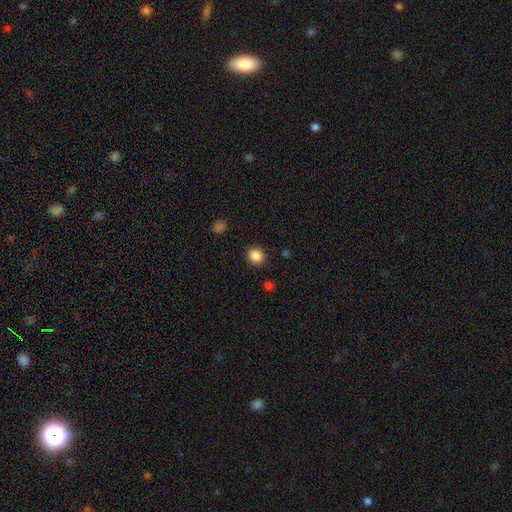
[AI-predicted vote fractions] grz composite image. It shows a smooth galaxy with no disk features (87%) that is round (66%). Merging: none (88%).